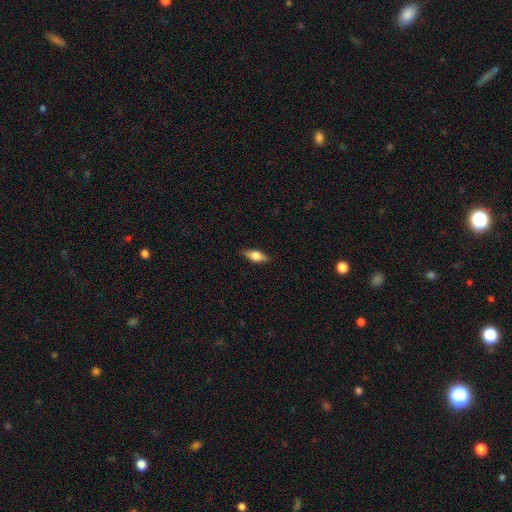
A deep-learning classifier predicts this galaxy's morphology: Overall: smooth (59%; featured or disk 34%). How rounded: in between (68%). Merging: none (86%).